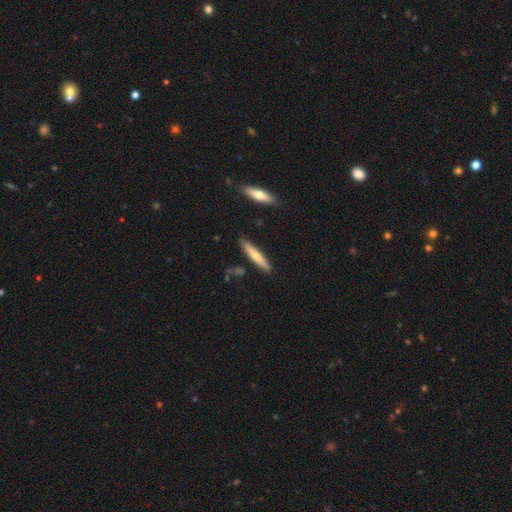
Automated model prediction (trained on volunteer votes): This appears to be a smooth galaxy with no disk features (60%) that is cigar-shaped (89%). Merging: none (87%).